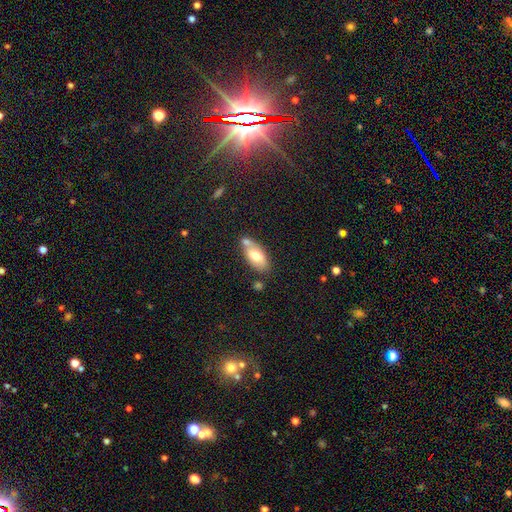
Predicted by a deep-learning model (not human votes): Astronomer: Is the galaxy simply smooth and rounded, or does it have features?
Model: smooth — 67%.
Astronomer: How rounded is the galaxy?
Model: in between — 89%.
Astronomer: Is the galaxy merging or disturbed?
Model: none — 54%.